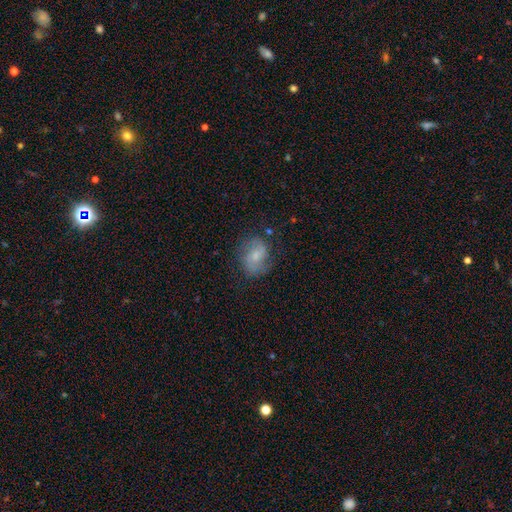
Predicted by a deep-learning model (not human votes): Q: Smooth or featured?
A: featured or disk (51%); runner-up: smooth (39%)
Q: Edge-on disk?
A: no (97%); runner-up: yes (3%)
Q: Merging?
A: none (67%); runner-up: minor disturbance (21%)